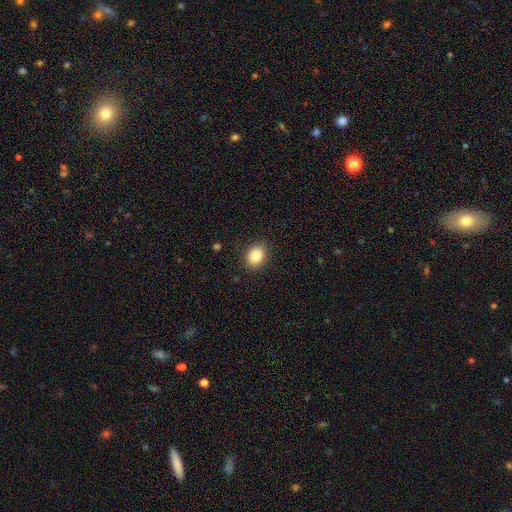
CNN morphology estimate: The model was most divided on "how rounded": in between: 58%, round: 41%, cigar-shaped: 1%. More confident: merging — none (87%); smooth or featured — smooth (83%).